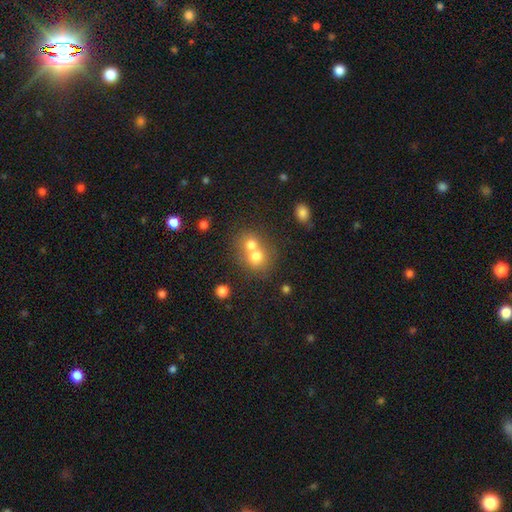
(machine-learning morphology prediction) Smooth or featured: smooth — 69% (featured or disk — 18%)
How rounded: round — 76% (in between — 23%)
Merging: merger — 65% (none — 27%)